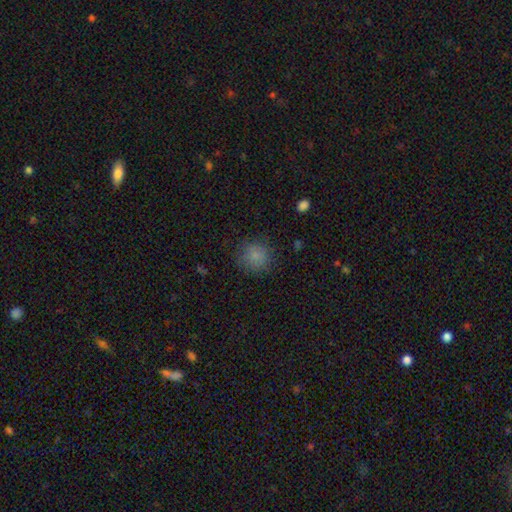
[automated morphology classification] The model was most divided on "merging": none: 82%, minor disturbance: 12%, major disturbance: 4%, merger: 1%. More confident: how rounded — round (89%); smooth or featured — smooth (83%).